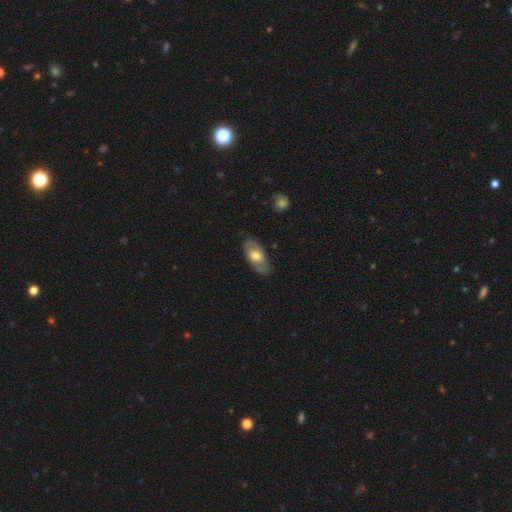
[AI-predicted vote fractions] Smooth or featured?
  - smooth: 51% *
  - featured or disk: 43%
  - star or artifact: 6%
How rounded?
  - in between: 88% *
  - cigar-shaped: 7%
  - round: 5%
Merging?
  - none: 77% *
  - minor disturbance: 17%
  - major disturbance: 4%
  - merger: 1%